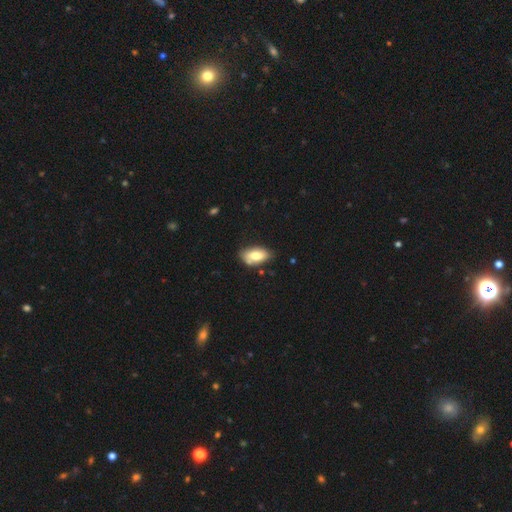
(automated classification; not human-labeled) Smooth or featured? Predicted: smooth (p=0.74). How rounded? Predicted: in between (p=0.92). Merging? Predicted: none (p=0.61).